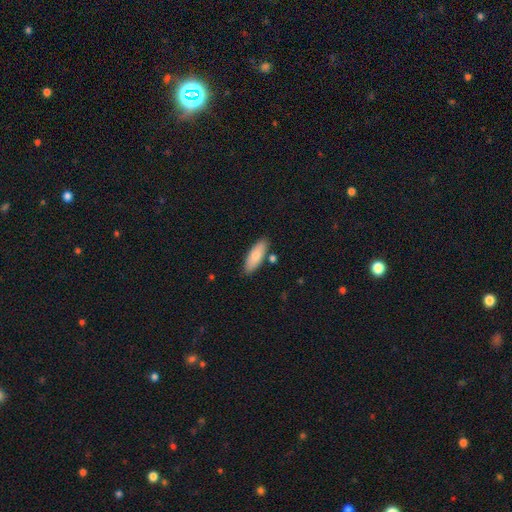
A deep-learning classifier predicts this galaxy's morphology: A smooth galaxy with no disk features (82%) that is in between round and cigar-shaped (67%). Merging: none (82%).